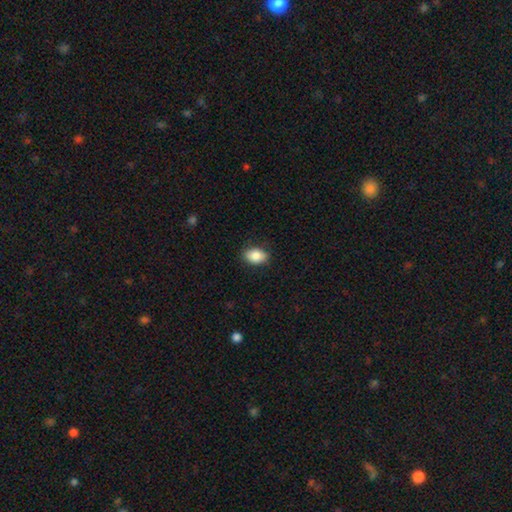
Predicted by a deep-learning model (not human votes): Smooth or featured? smooth (86%)
How rounded? in between (81%)
Merging? none (84%)